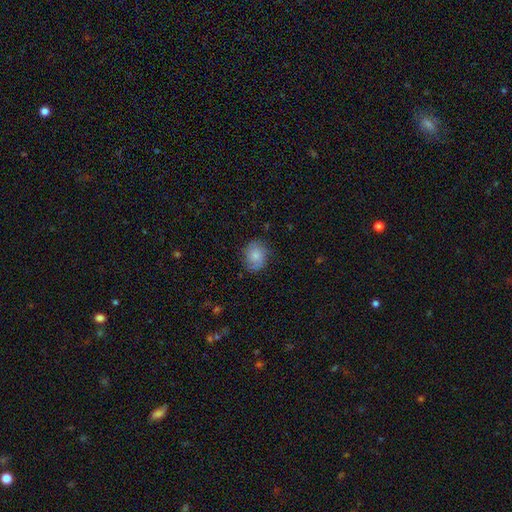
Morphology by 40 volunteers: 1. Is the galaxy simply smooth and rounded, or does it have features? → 52% smooth, 35% featured or disk, 12% star or artifact.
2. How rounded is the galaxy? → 71% round, 29% in between, 0% cigar-shaped.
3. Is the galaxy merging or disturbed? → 80% none, 14% minor disturbance, 6% major disturbance, 0% merger.